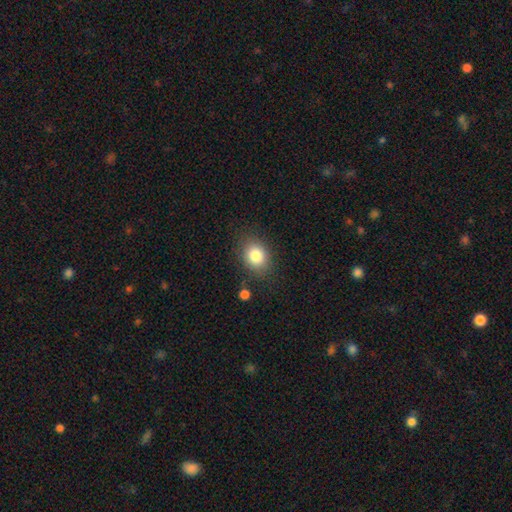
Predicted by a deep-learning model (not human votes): Overall: smooth (83%). How rounded: round (50%; in between 49%). Merging: none (82%).